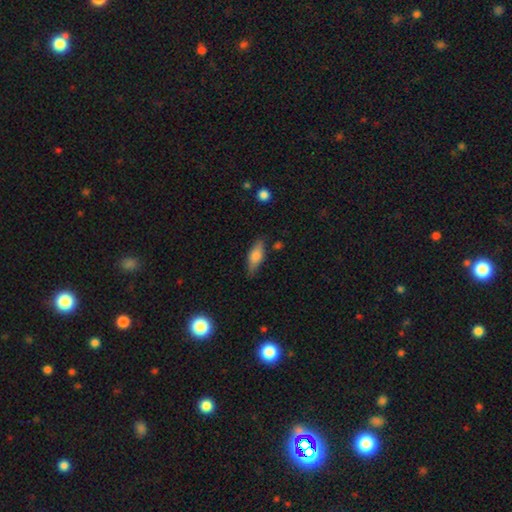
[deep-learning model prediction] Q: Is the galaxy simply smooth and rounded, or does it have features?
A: smooth — 68%.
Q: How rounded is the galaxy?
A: in between — 66%.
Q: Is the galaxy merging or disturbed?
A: none — 78%.